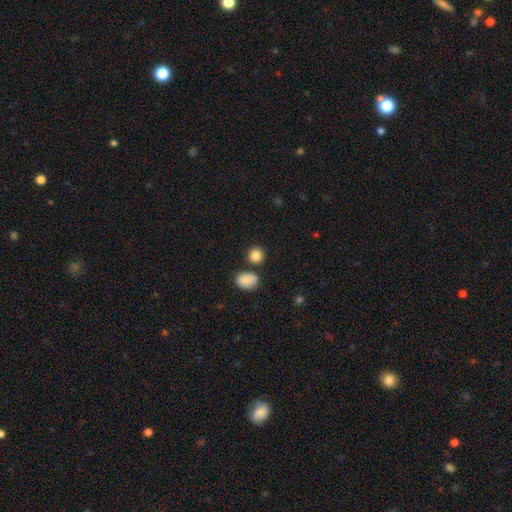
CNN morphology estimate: Smooth or featured?
  - smooth: 86% *
  - star or artifact: 10%
  - featured or disk: 4%
How rounded?
  - round: 83% *
  - in between: 16%
  - cigar-shaped: 1%
Merging?
  - none: 78% *
  - merger: 10%
  - minor disturbance: 9%
  - major disturbance: 3%